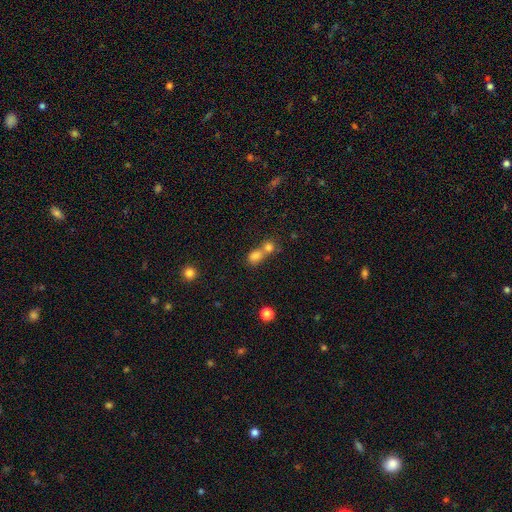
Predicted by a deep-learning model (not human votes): Q: Smooth or featured?
A: smooth (78%); runner-up: star or artifact (13%)
Q: How rounded?
A: round (50%); runner-up: in between (48%)
Q: Merging?
A: merger (60%); runner-up: none (30%)